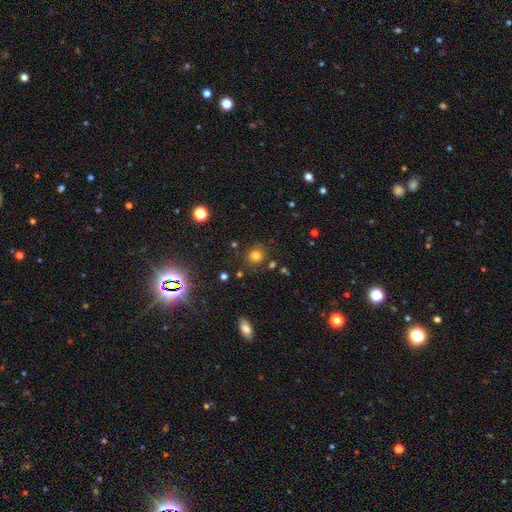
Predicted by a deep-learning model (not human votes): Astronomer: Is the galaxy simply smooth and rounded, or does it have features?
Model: smooth — 76%.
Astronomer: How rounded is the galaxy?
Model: round — 80%.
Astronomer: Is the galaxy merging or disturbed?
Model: none — 81%.